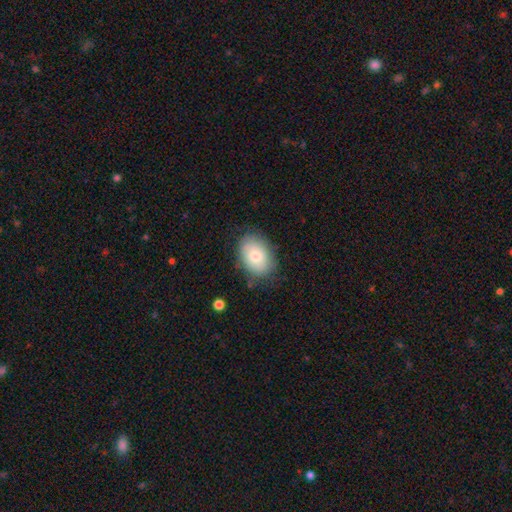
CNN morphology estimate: Smooth or featured: smooth — 76% (featured or disk — 17%)
How rounded: in between — 80% (round — 19%)
Merging: none — 79% (minor disturbance — 16%)